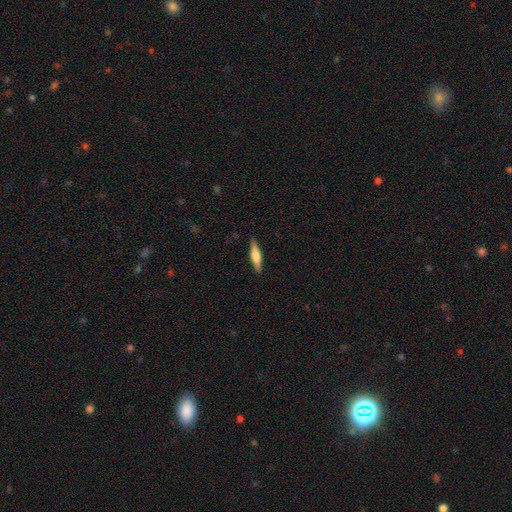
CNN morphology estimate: The model was most divided on "smooth or featured": smooth: 52%, featured or disk: 42%, star or artifact: 6%. More confident: merging — none (90%); how rounded — cigar-shaped (81%).